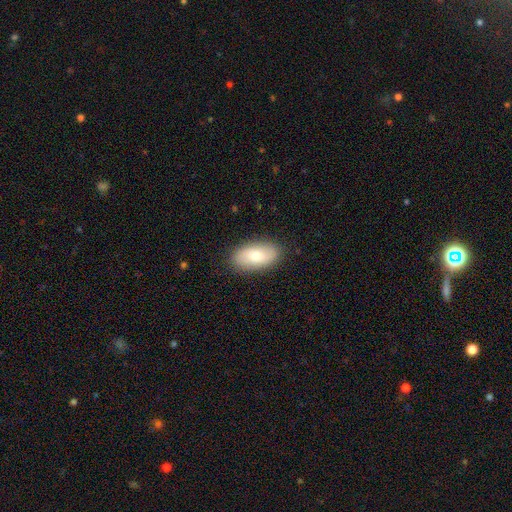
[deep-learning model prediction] smooth_or_featured: smooth (p=0.73) [alt: featured or disk p=0.20]
how_rounded: in between (p=0.93) [alt: round p=0.04]
merging: none (p=0.87) [alt: minor disturbance p=0.10]